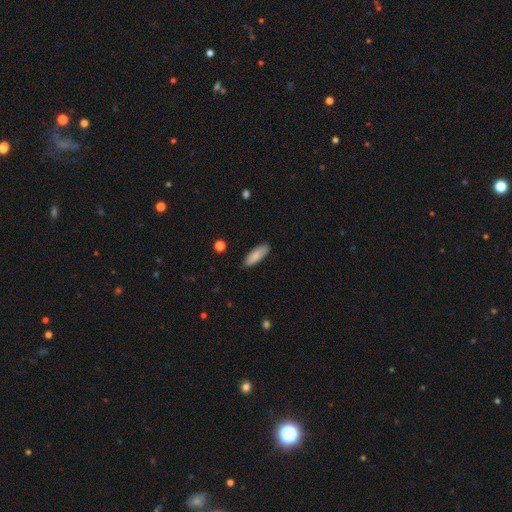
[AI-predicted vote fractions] This appears to be a smooth galaxy with no disk features (87%) that is in between round and cigar-shaped (62%). Merging: none (87%).